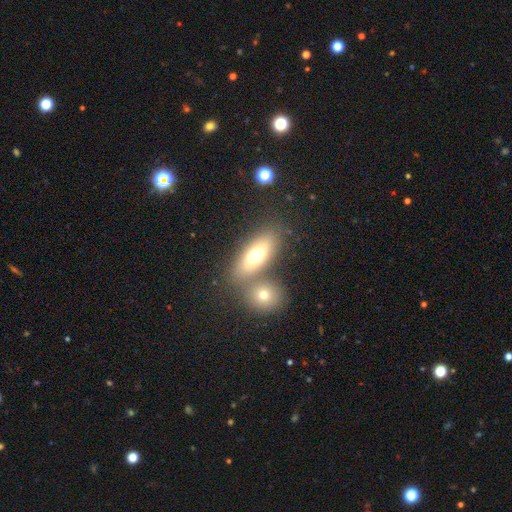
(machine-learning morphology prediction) This is likely a smooth galaxy (66%). How rounded: likely in between (76%). Merging: possibly none (55%).